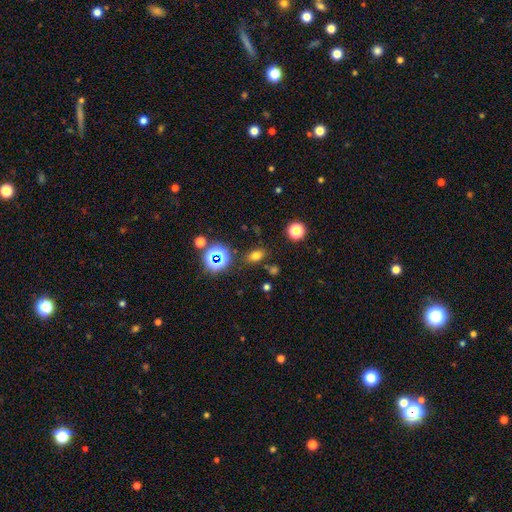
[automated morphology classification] smooth-or-featured: smooth: 69% | star or artifact: 23% | featured or disk: 8%
  how-rounded: in between: 72% | round: 26% | cigar-shaped: 2%
  merging: none: 81% | minor disturbance: 11% | merger: 4% | major disturbance: 4%